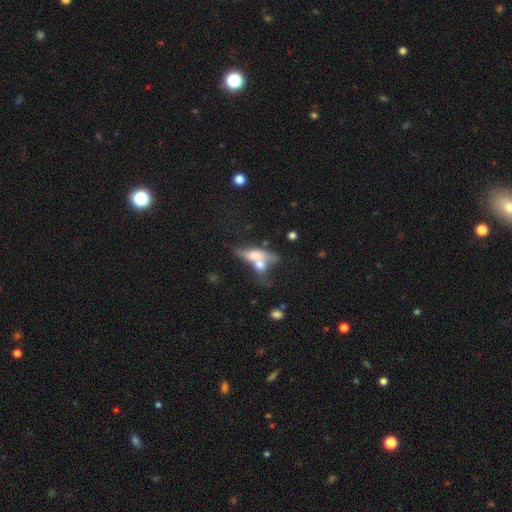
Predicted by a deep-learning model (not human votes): Overall: smooth (53%; featured or disk 38%). How rounded: in between (52%; cigar-shaped 40%). Merging: merger (56%; none 23%).